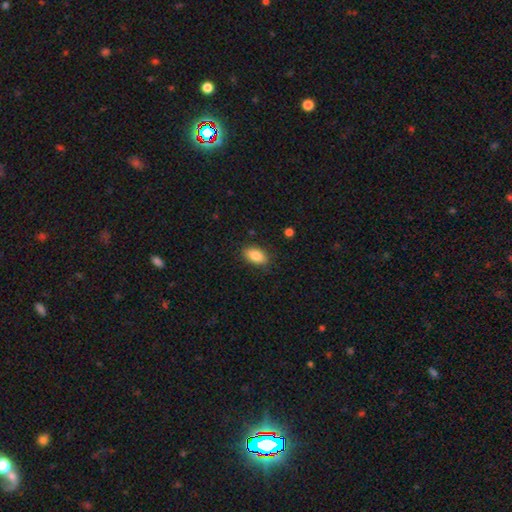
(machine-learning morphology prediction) Overall: smooth (85%). How rounded: in between (91%). Merging: none (85%).